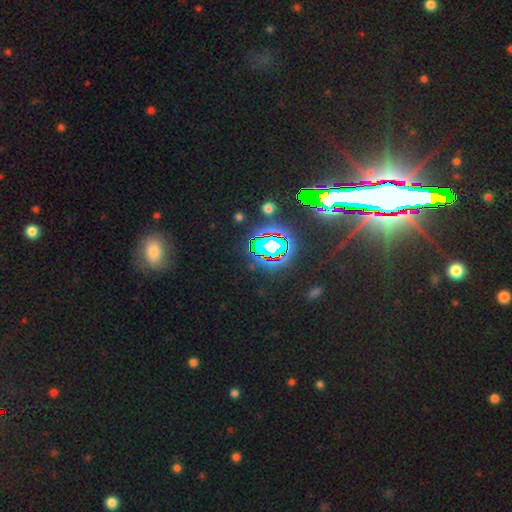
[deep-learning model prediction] Overall: star or artifact (76%).